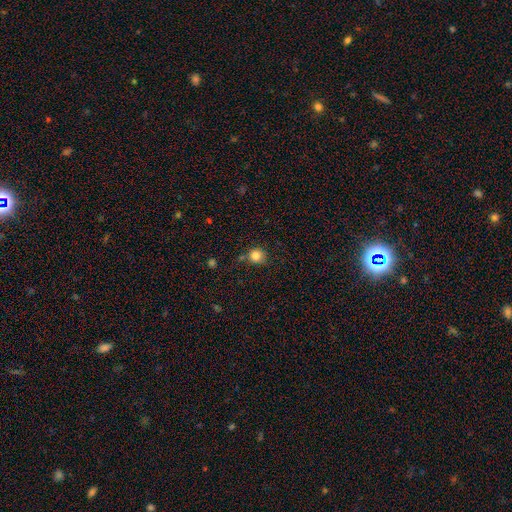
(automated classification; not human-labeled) Smooth or featured? smooth (83%)
How rounded? round (90%)
Merging? none (74%)